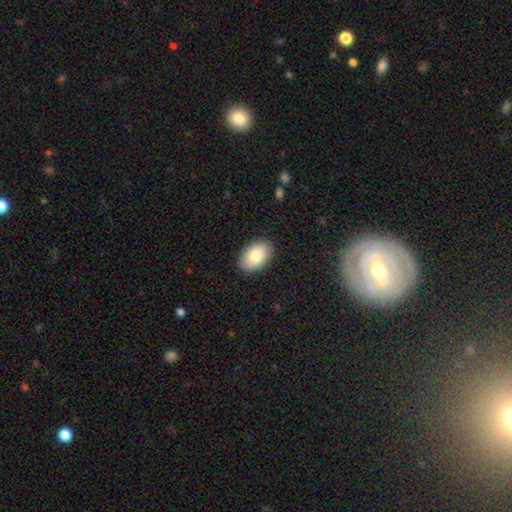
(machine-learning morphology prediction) Smooth or featured? smooth (83%)
How rounded? in between (90%)
Merging? none (89%)